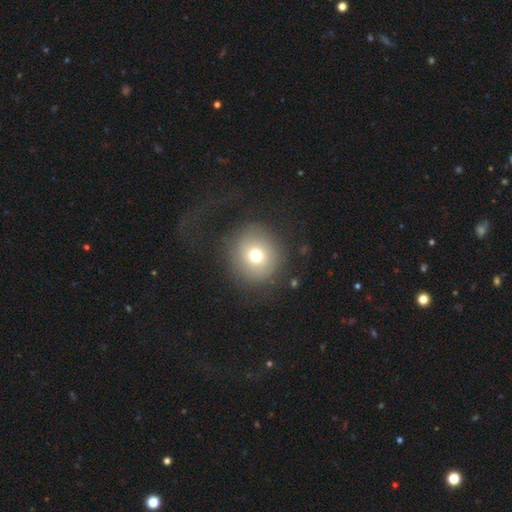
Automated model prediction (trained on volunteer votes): Smooth or featured? smooth (69%)
How rounded? round (91%)
Merging? none (76%)